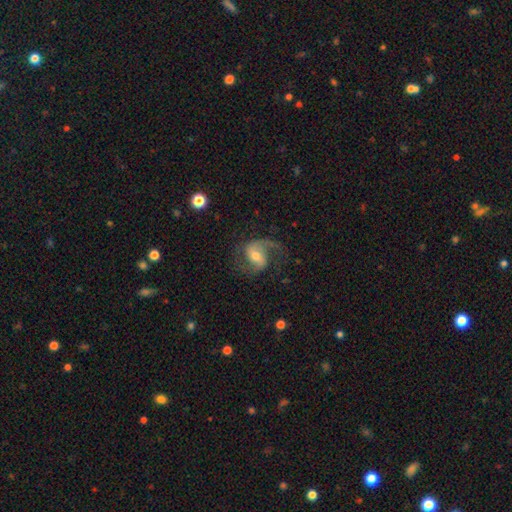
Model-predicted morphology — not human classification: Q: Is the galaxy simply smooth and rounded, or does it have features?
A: featured or disk — 85%.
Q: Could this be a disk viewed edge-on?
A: no — 97%.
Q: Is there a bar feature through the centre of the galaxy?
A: weak — 45%.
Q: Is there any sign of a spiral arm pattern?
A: yes — 96%.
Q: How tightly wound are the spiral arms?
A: medium — 47%.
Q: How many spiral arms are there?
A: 2 — 82%.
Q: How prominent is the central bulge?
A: moderate — 58%.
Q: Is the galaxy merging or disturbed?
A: none — 67%.